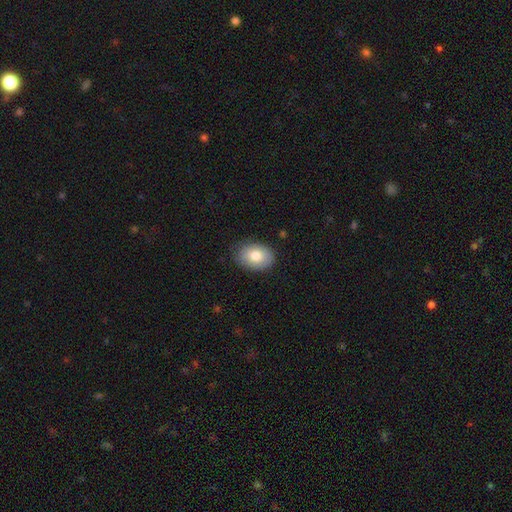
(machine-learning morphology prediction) smooth 80%, featured or disk 13%, star or artifact 7%. Down the decision tree: how rounded — in between (79%); merging — none (81%).